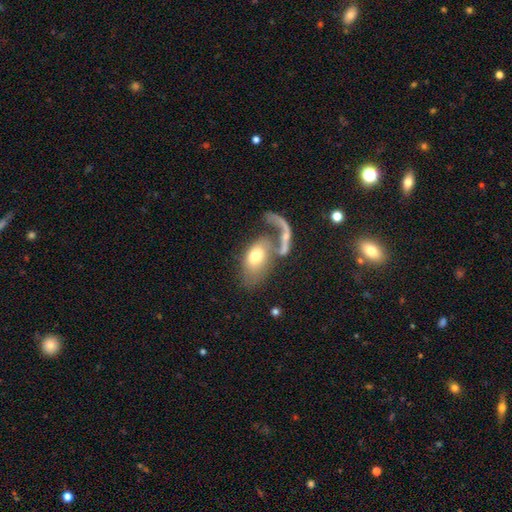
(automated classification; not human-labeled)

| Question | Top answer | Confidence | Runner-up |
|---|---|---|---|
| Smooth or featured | smooth | 59% | featured or disk (34%) |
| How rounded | in between | 88% | round (8%) |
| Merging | merger | 37% | major disturbance (31%) |